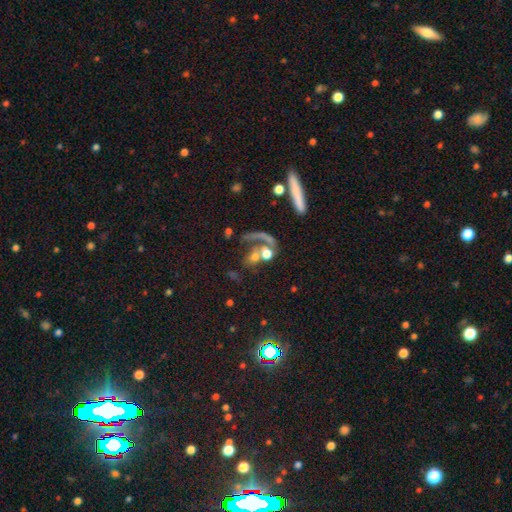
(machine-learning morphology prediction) type=featured or disk (44%); merging=merger (38%).